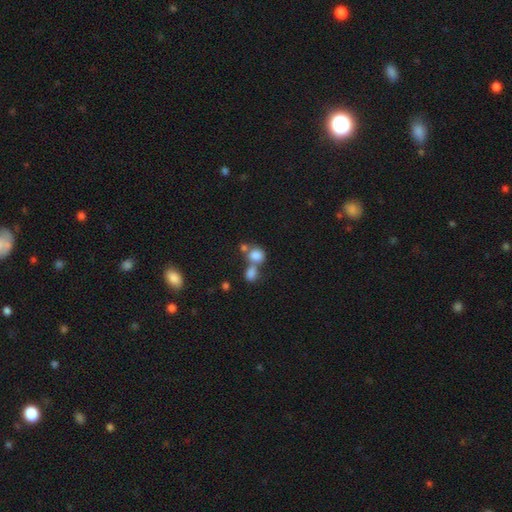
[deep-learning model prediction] The model was most divided on "merging": merger: 55%, none: 32%, minor disturbance: 8%, major disturbance: 5%. More confident: smooth or featured — smooth (80%); how rounded — round (61%).